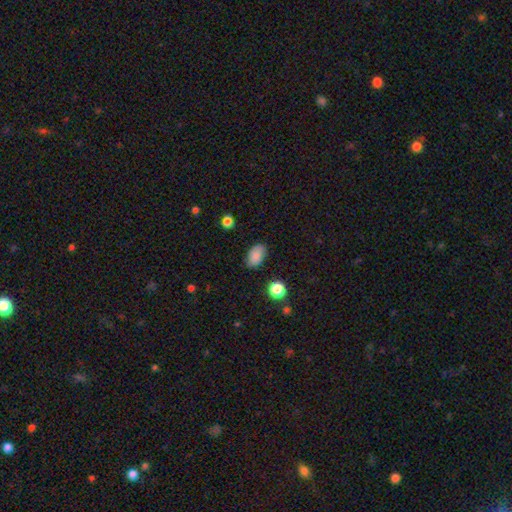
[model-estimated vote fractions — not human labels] Morphology: type=smooth (84%); roundness=in between (90%); merging=none (81%).